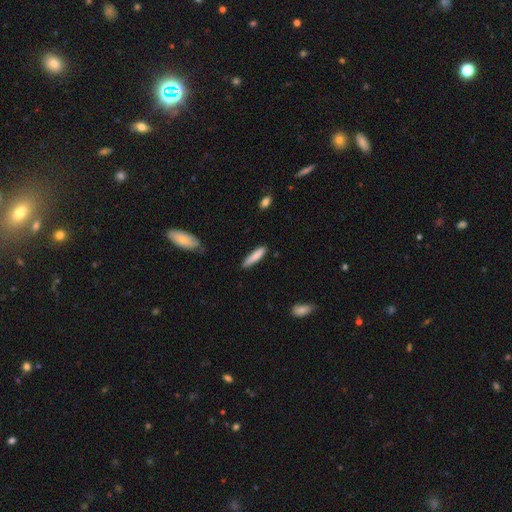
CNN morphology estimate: Q: Smooth or featured?
A: smooth (83%); runner-up: featured or disk (11%)
Q: How rounded?
A: cigar-shaped (82%); runner-up: in between (17%)
Q: Merging?
A: none (81%); runner-up: minor disturbance (14%)